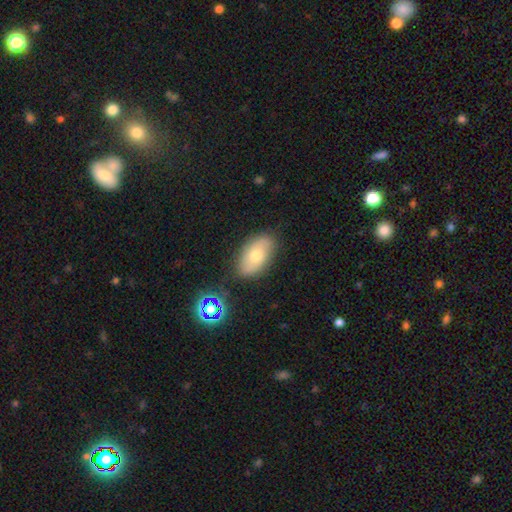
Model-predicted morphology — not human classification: smooth 62%, featured or disk 27%, star or artifact 11%. Down the decision tree: how rounded — in between (91%); merging — none (80%).